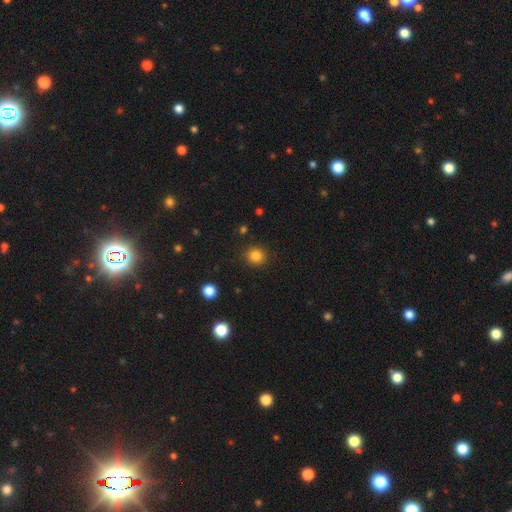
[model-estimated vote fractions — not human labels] Smooth or featured? smooth (84%)
How rounded? round (89%)
Merging? none (90%)